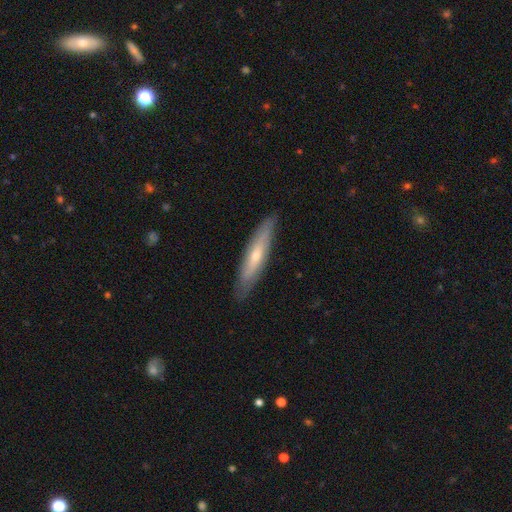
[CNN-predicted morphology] Smooth or featured: featured or disk — 51% (smooth — 43%)
Edge-on disk: yes — 73% (no — 27%)
Merging: none — 86% (minor disturbance — 11%)